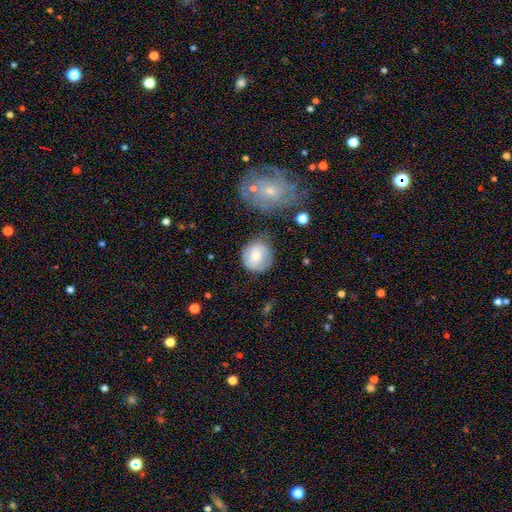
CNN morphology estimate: type=smooth (59%); roundness=round (86%); merging=none (71%).